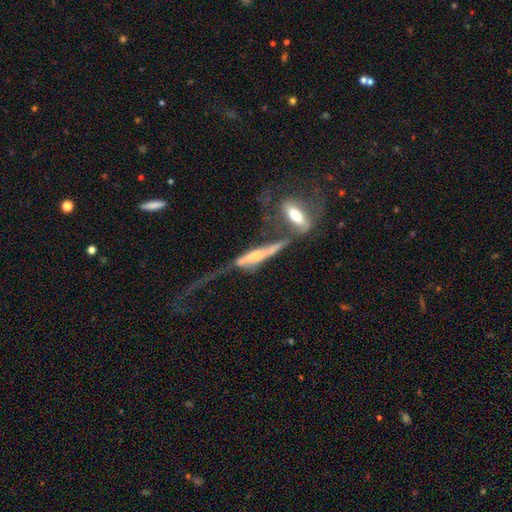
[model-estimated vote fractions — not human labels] Smooth or featured? Predicted: featured or disk (p=0.64). Edge-on disk? Predicted: yes (p=0.70). Merging? Predicted: merger (p=0.48).